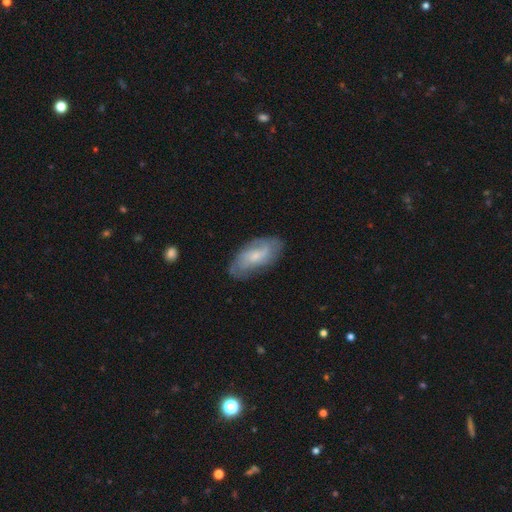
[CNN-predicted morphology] smooth_or_featured: featured or disk (p=0.56) [alt: smooth p=0.38]
disk_edge_on: no (p=0.91) [alt: yes p=0.09]
bar: no (p=0.56) [alt: weak p=0.37]
has_spiral_arms: yes (p=0.82) [alt: no p=0.18]
bulge_size: small (p=0.61) [alt: moderate p=0.30]
merging: none (p=0.72) [alt: minor disturbance p=0.21]